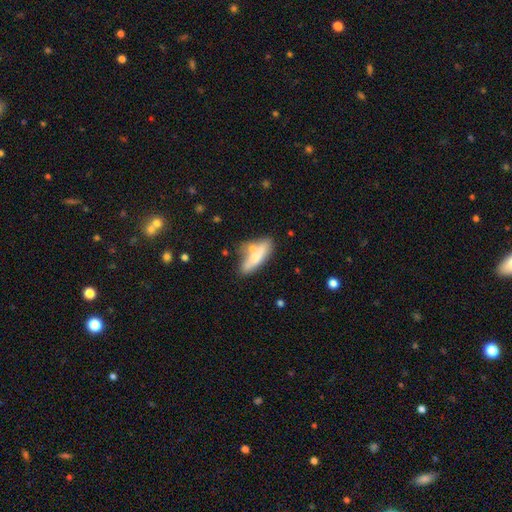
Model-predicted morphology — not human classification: This is likely a smooth galaxy (62%). How rounded: possibly in between (55%). Merging: possibly none (46%).